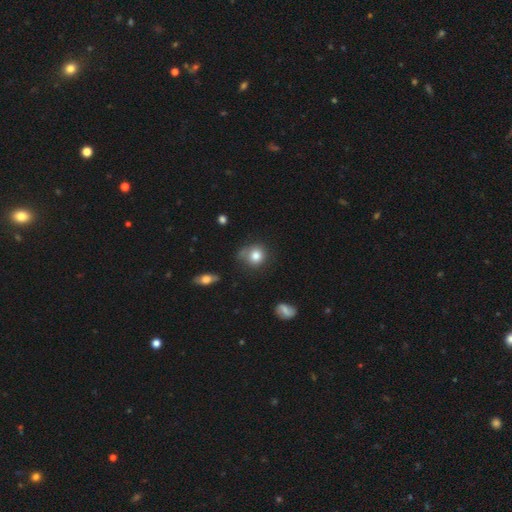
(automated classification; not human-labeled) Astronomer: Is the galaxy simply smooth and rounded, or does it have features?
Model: smooth — 81%.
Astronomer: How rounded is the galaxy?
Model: round — 82%.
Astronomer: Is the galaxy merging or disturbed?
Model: none — 60%.